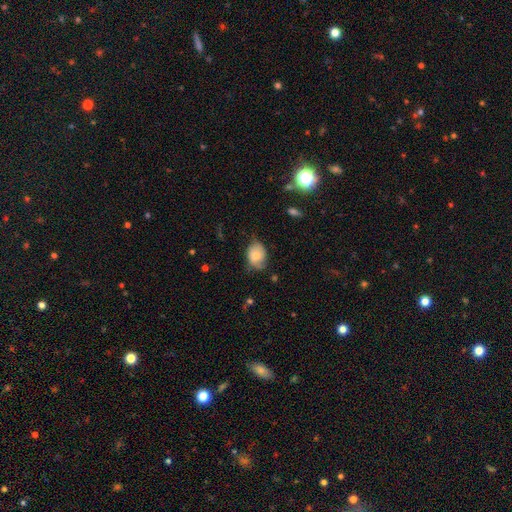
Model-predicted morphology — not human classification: Smooth or featured? smooth (74%)
How rounded? in between (73%)
Merging? none (58%)